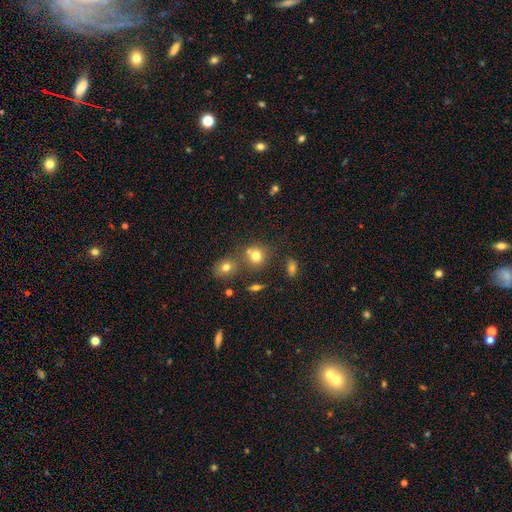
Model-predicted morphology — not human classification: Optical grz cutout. It shows a smooth galaxy with no disk features (73%) that is round (83%). Merging: none (58%).